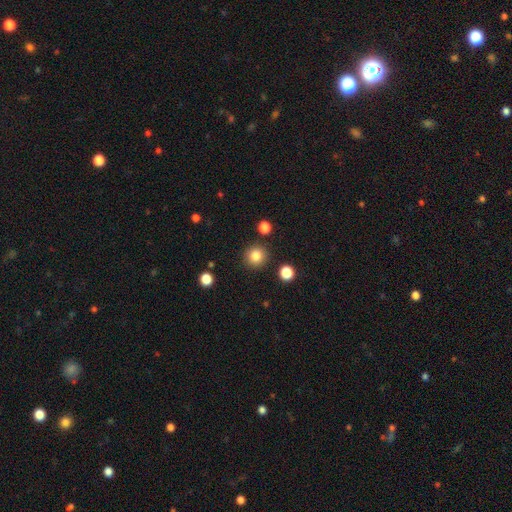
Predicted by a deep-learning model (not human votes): Overall: smooth (83%). How rounded: round (93%). Merging: none (89%).